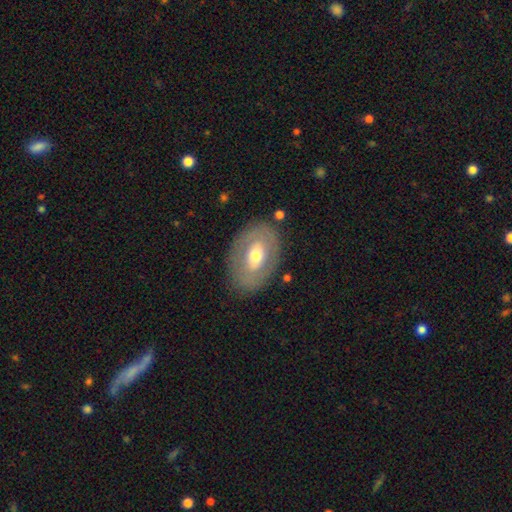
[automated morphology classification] A featured or disk galaxy (50%).

Vote fractions:
- Smooth or featured? featured or disk: 50% / smooth: 44% / star or artifact: 6%
- Merging? none: 80% / minor disturbance: 13% / major disturbance: 5% / merger: 2%